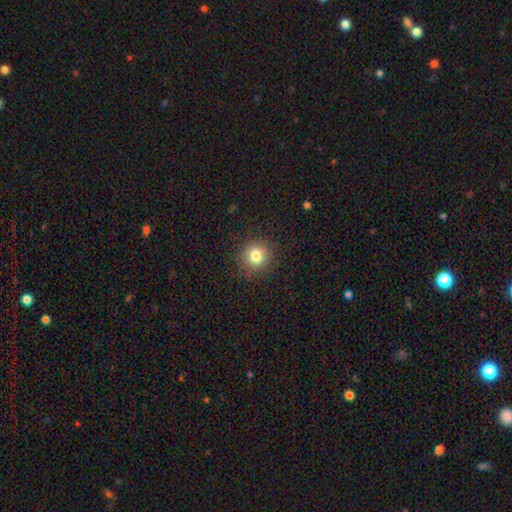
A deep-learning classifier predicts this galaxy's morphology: This appears to be a smooth galaxy with no disk features (80%) that is round (89%). Merging: none (89%).